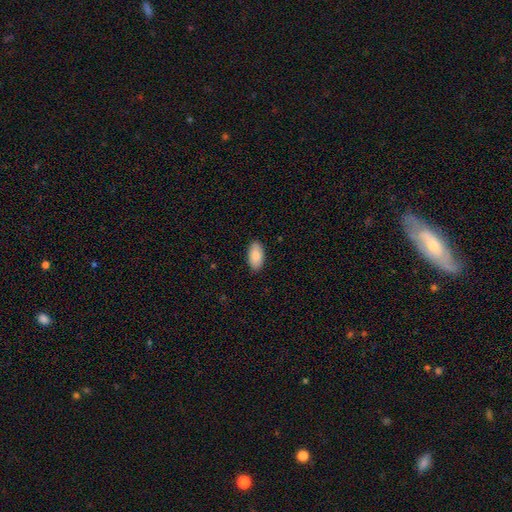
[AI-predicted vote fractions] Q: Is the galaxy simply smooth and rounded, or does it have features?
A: smooth — 88%.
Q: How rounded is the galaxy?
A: in between — 95%.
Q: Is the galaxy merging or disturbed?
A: none — 89%.